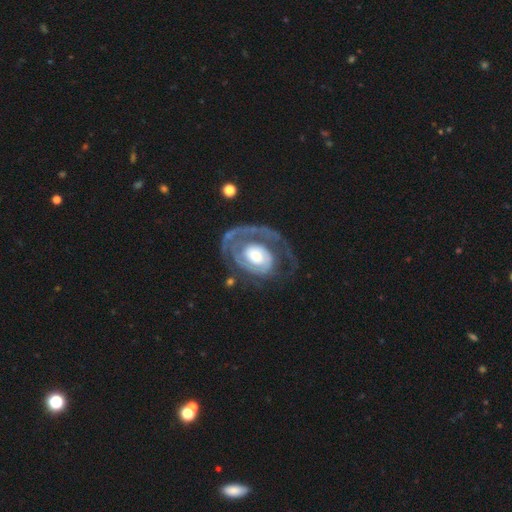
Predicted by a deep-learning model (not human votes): The model was most divided on "bulge size": moderate: 42%, large: 39%, small: 12%, dominant: 5%, none: 2%. Remaining: edge-on disk — no (97%); spiral arms — yes (89%); smooth or featured — featured or disk (84%); bar — no (72%); spiral winding — tight (58%); spiral arm count — 1 (50%); merging — none (47%).